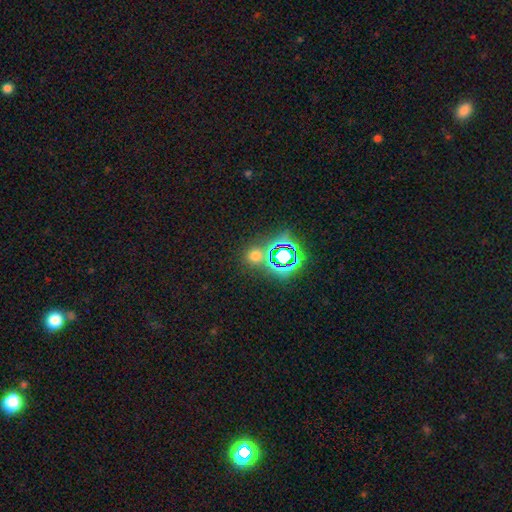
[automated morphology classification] A smooth galaxy with no disk features (53%) that is round (85%). Merging: none (76%).